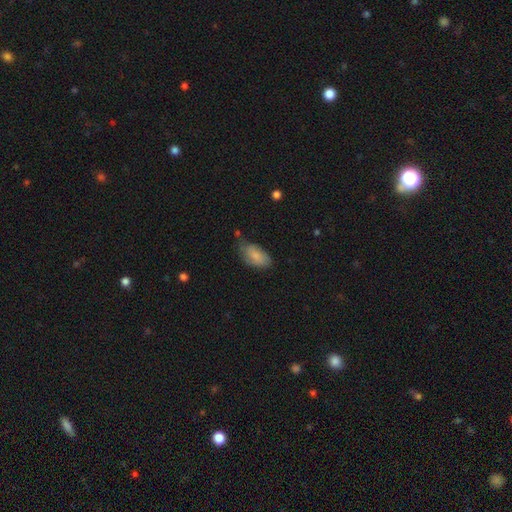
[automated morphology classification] smooth-or-featured: smooth: 80% | featured or disk: 14% | star or artifact: 7%
  how-rounded: in between: 93% | cigar-shaped: 4% | round: 3%
  merging: none: 52% | minor disturbance: 36% | major disturbance: 8% | merger: 3%